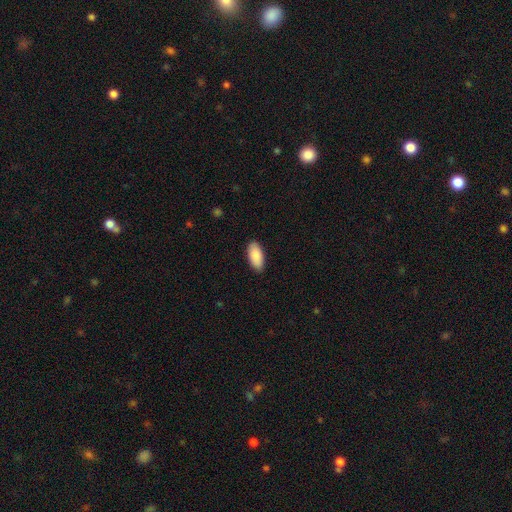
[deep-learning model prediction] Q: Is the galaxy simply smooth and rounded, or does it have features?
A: smooth — 90%.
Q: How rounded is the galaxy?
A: in between — 92%.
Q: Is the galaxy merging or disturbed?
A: none — 89%.